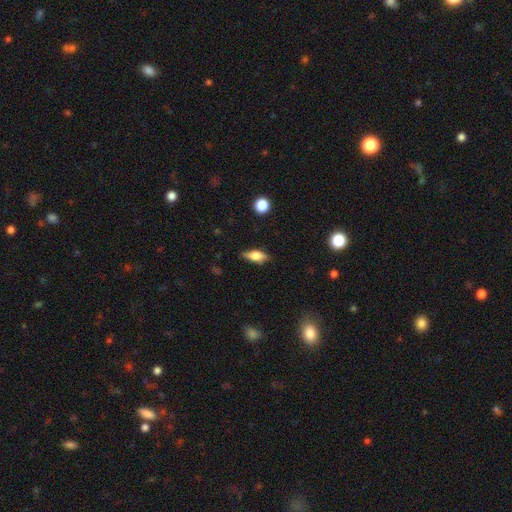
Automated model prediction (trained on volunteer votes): A smooth galaxy with no disk features (65%) that is in between round and cigar-shaped (74%).

Vote fractions:
- Smooth or featured? smooth: 65% / featured or disk: 27% / star or artifact: 8%
- How rounded? in between: 74% / cigar-shaped: 22% / round: 4%
- Merging? none: 82% / minor disturbance: 14% / major disturbance: 3% / merger: 1%